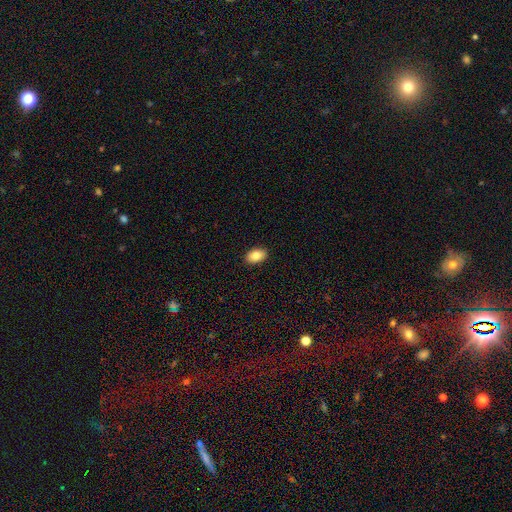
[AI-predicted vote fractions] smooth-or-featured: smooth: 84% | featured or disk: 9% | star or artifact: 7%
  how-rounded: in between: 89% | round: 10% | cigar-shaped: 1%
  merging: none: 90% | minor disturbance: 7% | major disturbance: 2% | merger: 1%